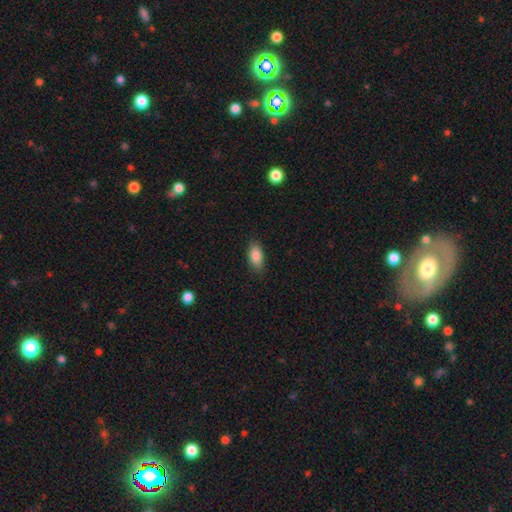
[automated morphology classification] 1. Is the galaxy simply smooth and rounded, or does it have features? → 87% smooth, 7% star or artifact, 6% featured or disk.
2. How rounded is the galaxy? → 89% in between, 8% cigar-shaped, 4% round.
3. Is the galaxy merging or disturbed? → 85% none, 11% minor disturbance, 3% major disturbance, 1% merger.